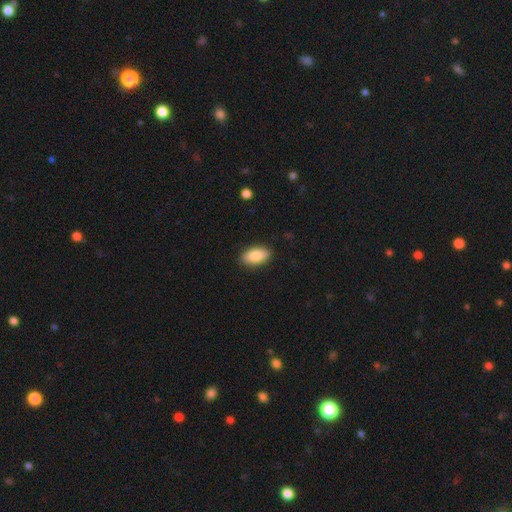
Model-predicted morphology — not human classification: smooth 86%, featured or disk 8%, star or artifact 6%. Down the decision tree: how rounded — in between (93%); merging — none (89%).